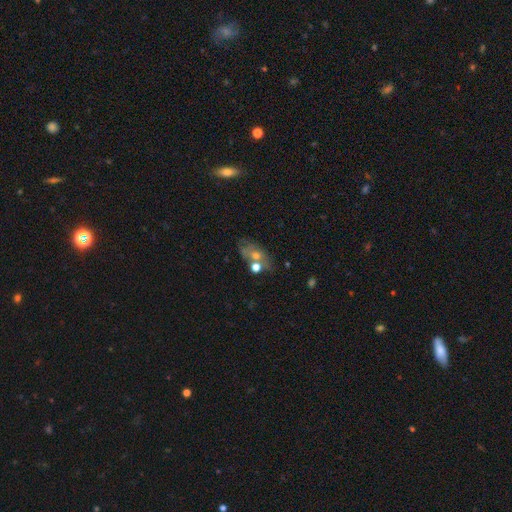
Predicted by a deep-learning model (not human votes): A smooth galaxy with no disk features (54%) that is in between round and cigar-shaped (76%).

Vote fractions:
- Smooth or featured? smooth: 54% / featured or disk: 33% / star or artifact: 14%
- How rounded? in between: 76% / round: 20% / cigar-shaped: 4%
- Merging? none: 46% / merger: 28% / minor disturbance: 17% / major disturbance: 9%